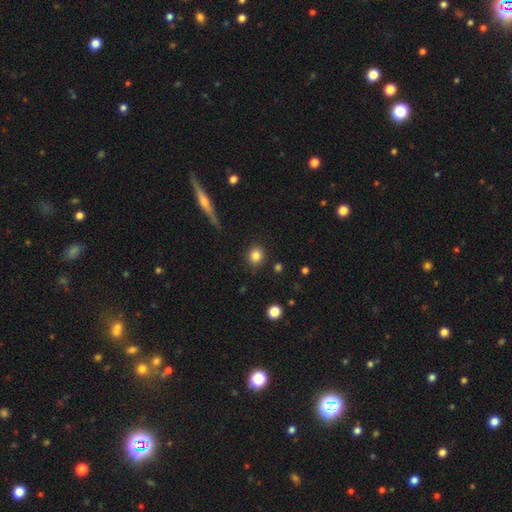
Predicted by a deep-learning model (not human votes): The model was most divided on "how rounded": round: 84%, in between: 15%, cigar-shaped: 1%. More confident: merging — none (89%); smooth or featured — smooth (84%).